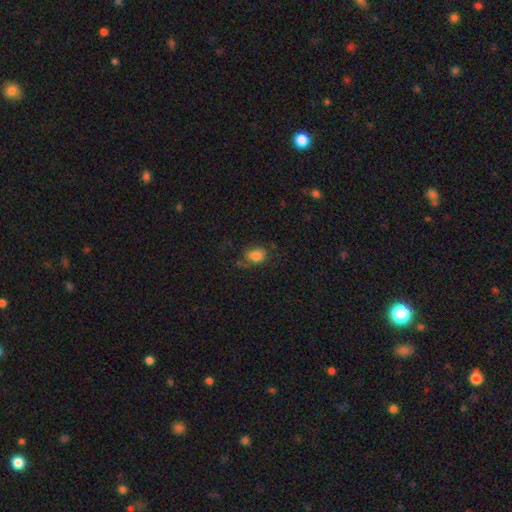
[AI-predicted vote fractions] Q: Smooth or featured?
A: smooth (79%); runner-up: star or artifact (11%)
Q: How rounded?
A: in between (62%); runner-up: round (36%)
Q: Merging?
A: none (56%); runner-up: minor disturbance (25%)